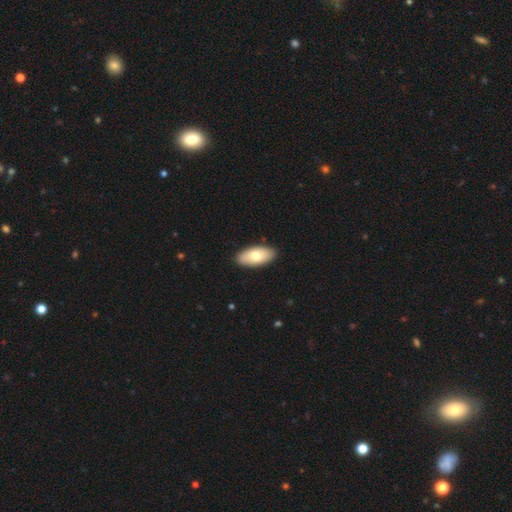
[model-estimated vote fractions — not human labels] Smooth or featured: smooth — 73% (featured or disk — 22%)
How rounded: in between — 92% (cigar-shaped — 6%)
Merging: none — 89% (minor disturbance — 8%)